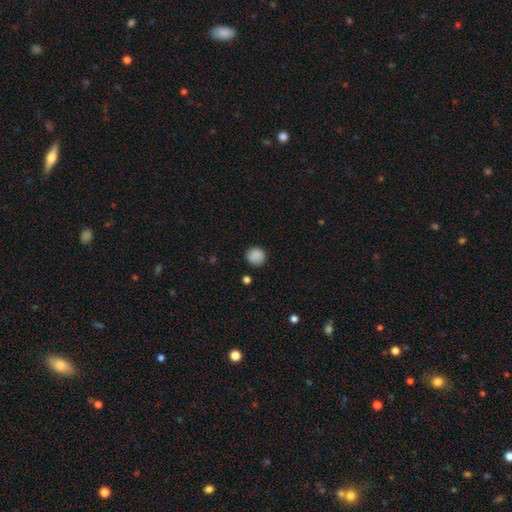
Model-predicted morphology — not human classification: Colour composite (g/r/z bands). It shows a smooth galaxy with no disk features (88%) that is round (91%). Merging: none (88%).